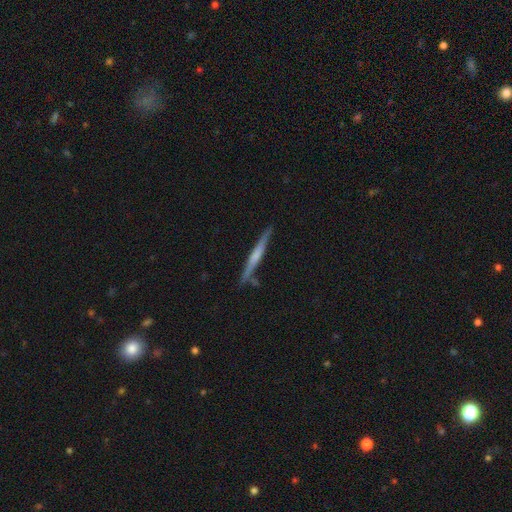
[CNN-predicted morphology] This appears to be a featured or disk galaxy (55%) viewed edge-on (97%) with no central bulge (51%). Merging: none (83%).